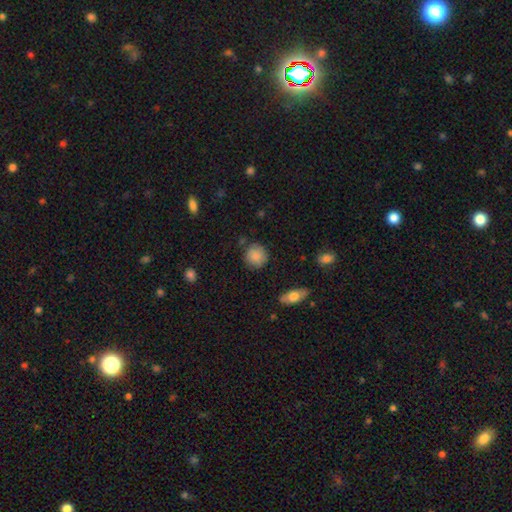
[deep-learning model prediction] Overall: smooth (86%). How rounded: round (89%). Merging: none (82%).